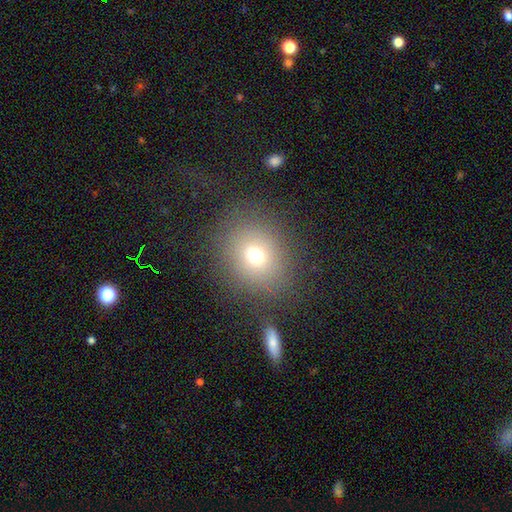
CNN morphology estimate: Overall: smooth (69%). How rounded: round (67%; in between 32%). Merging: none (81%).